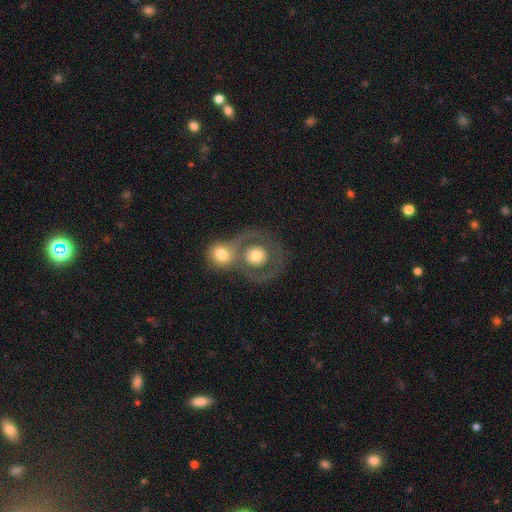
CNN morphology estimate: This appears to be a smooth galaxy with no disk features (52%) that is round (87%). Merging: none (43%).